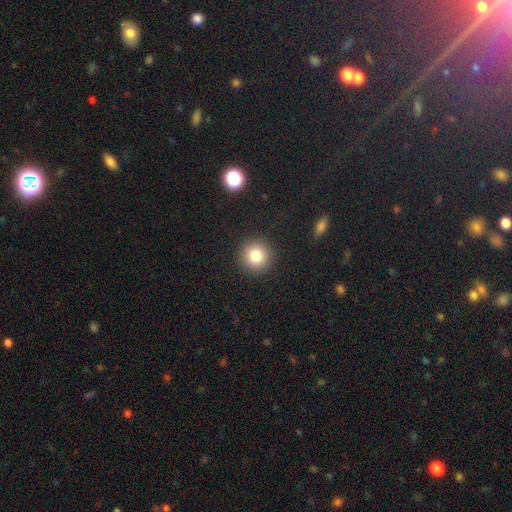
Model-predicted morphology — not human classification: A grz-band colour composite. It shows a smooth galaxy with no disk features (81%) that is round (95%). Merging: none (91%).